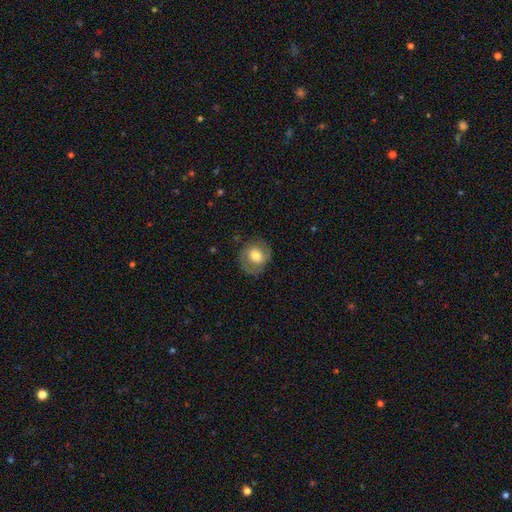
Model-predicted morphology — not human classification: Smooth or featured: smooth — 56% (featured or disk — 36%)
How rounded: round — 67% (in between — 32%)
Merging: none — 73% (minor disturbance — 17%)